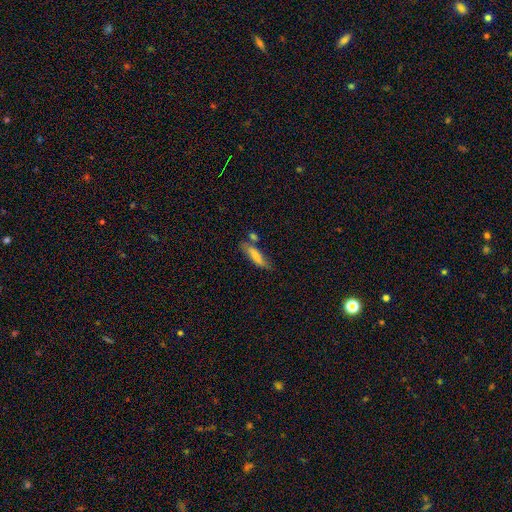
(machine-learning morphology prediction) smooth-or-featured: smooth: 73% | featured or disk: 21% | star or artifact: 7%
  how-rounded: cigar-shaped: 65% | in between: 33% | round: 2%
  merging: none: 57% | minor disturbance: 21% | merger: 16% | major disturbance: 6%